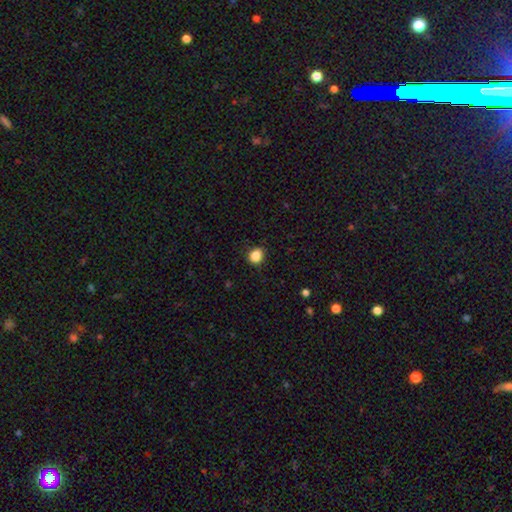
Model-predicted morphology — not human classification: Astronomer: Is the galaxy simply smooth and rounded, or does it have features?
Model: smooth — 87%.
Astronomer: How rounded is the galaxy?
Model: round — 62% (runner-up: in between, 37%).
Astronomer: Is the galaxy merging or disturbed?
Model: none — 83%.